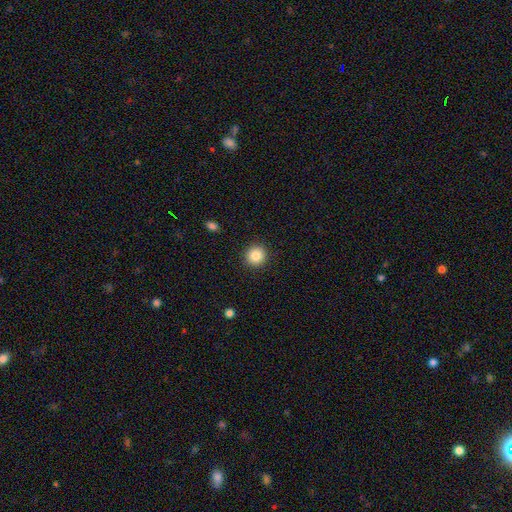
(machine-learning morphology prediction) Smooth or featured? smooth (86%)
How rounded? round (92%)
Merging? none (92%)